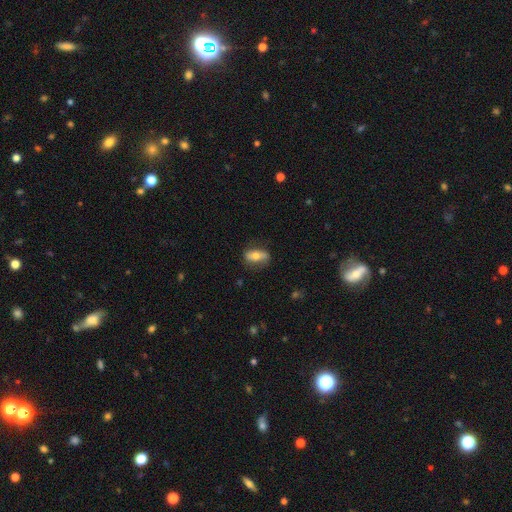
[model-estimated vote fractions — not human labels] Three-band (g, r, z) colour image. It shows a smooth galaxy with no disk features (60%) that is in between round and cigar-shaped (79%). Merging: none (77%).